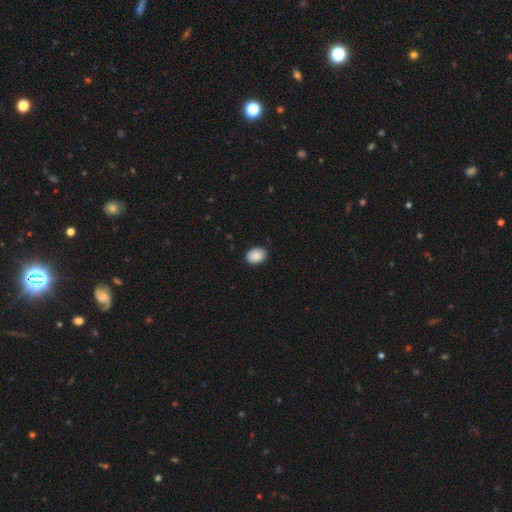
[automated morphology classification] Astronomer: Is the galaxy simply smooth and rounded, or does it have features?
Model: smooth — 89%.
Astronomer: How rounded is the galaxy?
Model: in between — 79%.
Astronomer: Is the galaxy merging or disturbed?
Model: none — 87%.